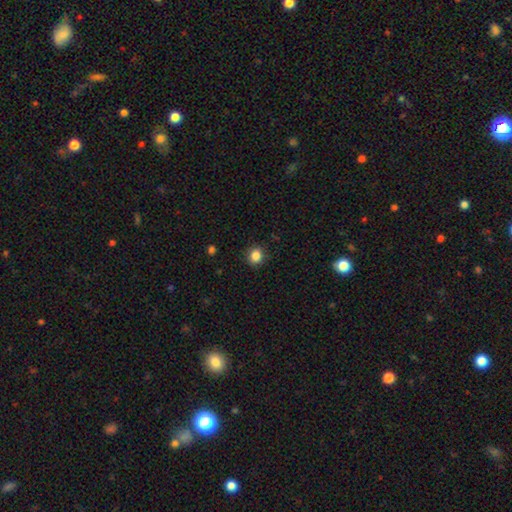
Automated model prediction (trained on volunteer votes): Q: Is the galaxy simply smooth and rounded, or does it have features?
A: smooth — 85%.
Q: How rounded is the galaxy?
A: round — 78%.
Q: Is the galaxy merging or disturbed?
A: none — 88%.